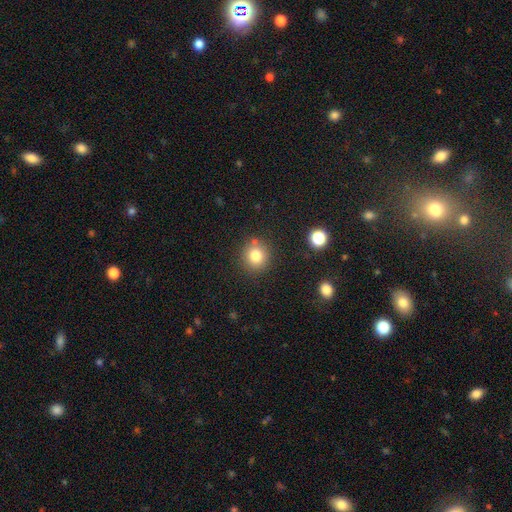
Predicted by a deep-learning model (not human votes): This is likely a smooth galaxy (79%). How rounded: clearly round (90%). Merging: clearly none (81%).